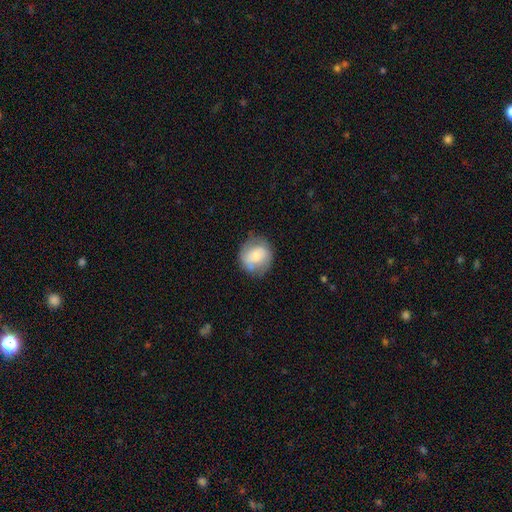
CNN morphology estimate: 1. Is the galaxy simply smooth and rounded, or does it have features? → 62% smooth, 30% featured or disk, 8% star or artifact.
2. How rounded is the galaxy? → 77% round, 22% in between, 1% cigar-shaped.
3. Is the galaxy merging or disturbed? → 60% none, 26% minor disturbance, 11% major disturbance, 3% merger.